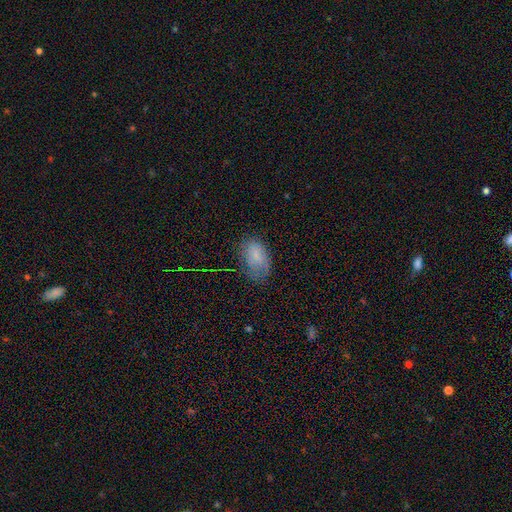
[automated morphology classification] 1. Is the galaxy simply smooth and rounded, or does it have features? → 75% smooth, 15% featured or disk, 11% star or artifact.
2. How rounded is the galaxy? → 90% in between, 9% round, 2% cigar-shaped.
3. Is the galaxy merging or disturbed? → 53% none, 30% minor disturbance, 15% major disturbance, 2% merger.